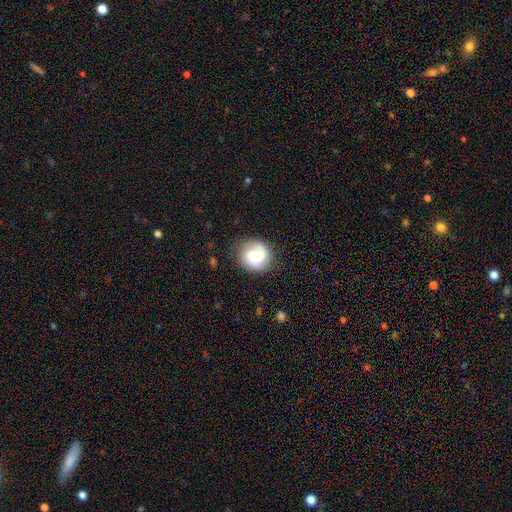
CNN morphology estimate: This is possibly a featured or disk galaxy (49%). Merging: clearly none (80%).